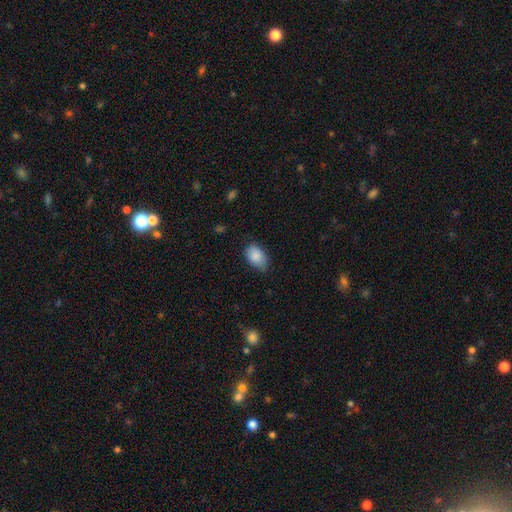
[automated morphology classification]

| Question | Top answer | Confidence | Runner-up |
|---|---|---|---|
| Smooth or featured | smooth | 87% | star or artifact (7%) |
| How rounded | in between | 90% | round (9%) |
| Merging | none | 70% | minor disturbance (25%) |